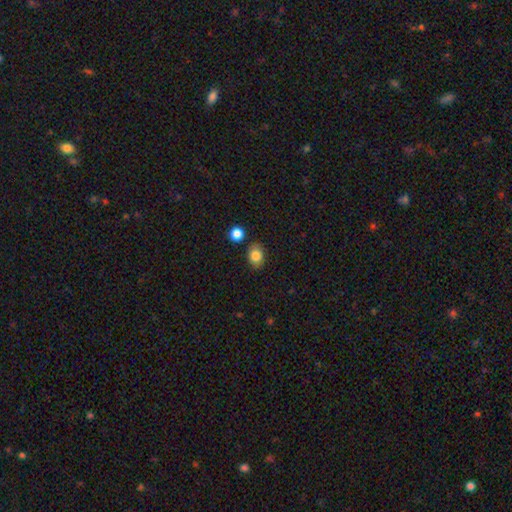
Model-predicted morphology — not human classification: smooth 85%, star or artifact 9%, featured or disk 6%. Down the decision tree: how rounded — in between (67%); merging — none (83%).